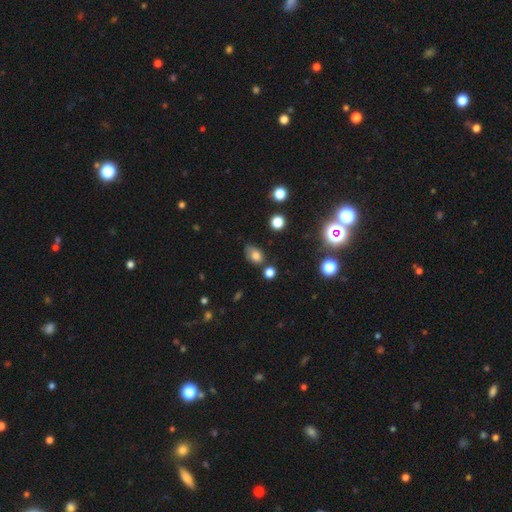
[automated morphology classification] type=smooth (74%); roundness=in between (75%); merging=none (54%).